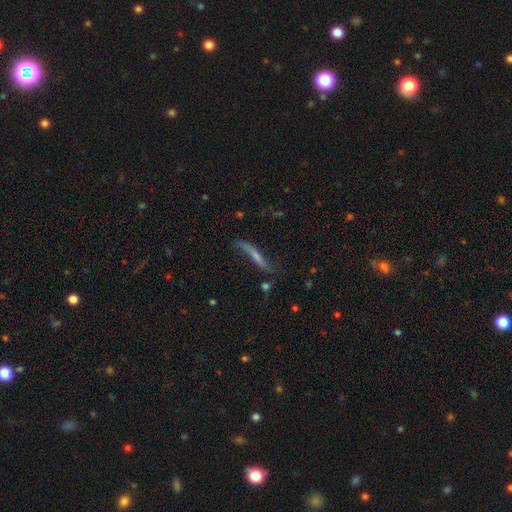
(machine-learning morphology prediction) The model was most divided on "smooth or featured": featured or disk: 59%, smooth: 31%, star or artifact: 10%. More confident: edge-on disk — yes (72%); merging — none (58%).